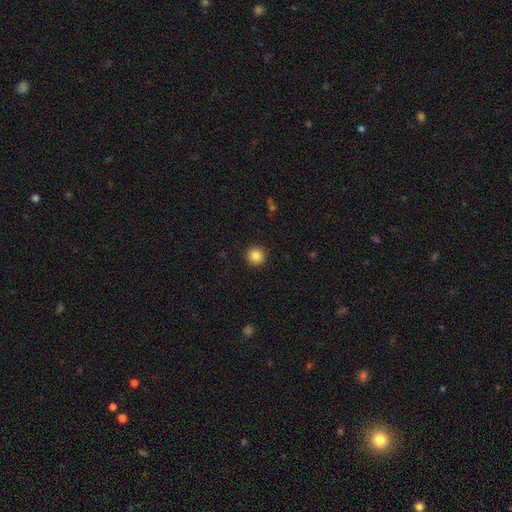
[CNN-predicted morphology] A smooth galaxy with no disk features (85%) that is round (96%).

Vote fractions:
- Smooth or featured? smooth: 85% / star or artifact: 10% / featured or disk: 5%
- How rounded? round: 96% / in between: 3% / cigar-shaped: 1%
- Merging? none: 93% / minor disturbance: 5% / major disturbance: 2% / merger: 1%